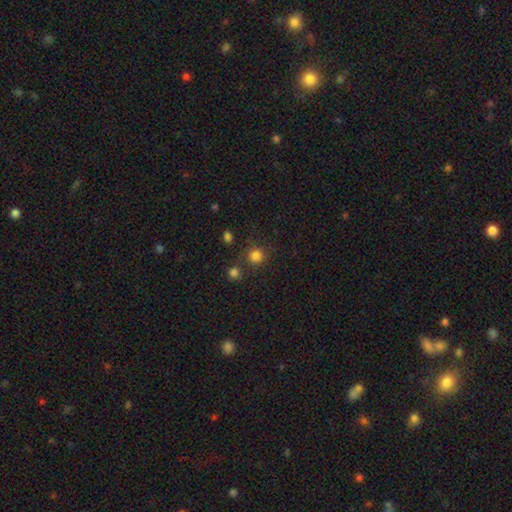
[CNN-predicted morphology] Smooth or featured?
  - smooth: 81% *
  - star or artifact: 14%
  - featured or disk: 5%
How rounded?
  - round: 91% *
  - in between: 9%
  - cigar-shaped: 1%
Merging?
  - none: 73% *
  - merger: 13%
  - minor disturbance: 10%
  - major disturbance: 5%